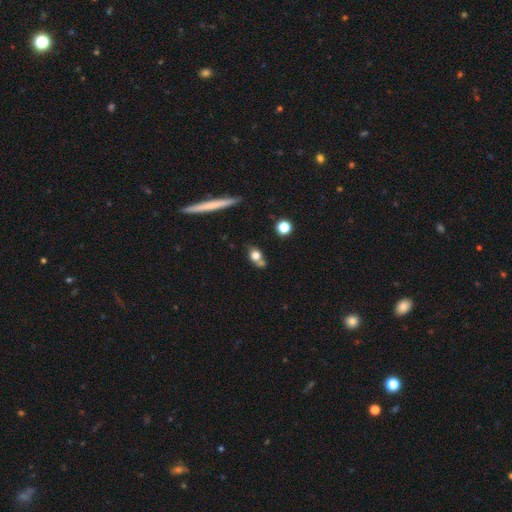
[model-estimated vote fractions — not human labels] Smooth or featured? smooth (69%)
How rounded? in between (47%)
Merging? none (45%)